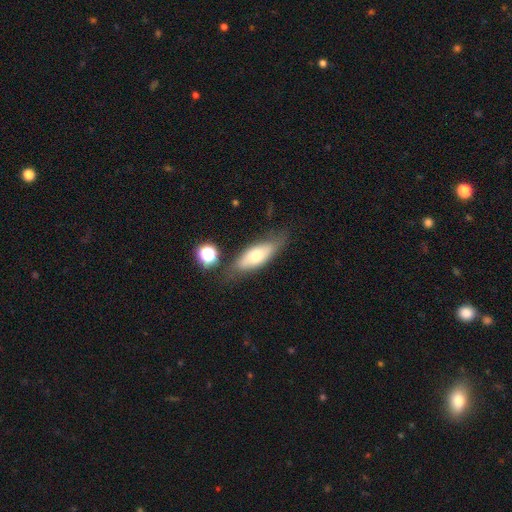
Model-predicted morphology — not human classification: Smooth or featured?
  - smooth: 59% *
  - featured or disk: 33%
  - star or artifact: 8%
How rounded?
  - in between: 64% *
  - cigar-shaped: 33%
  - round: 3%
Merging?
  - none: 68% *
  - minor disturbance: 20%
  - major disturbance: 7%
  - merger: 5%